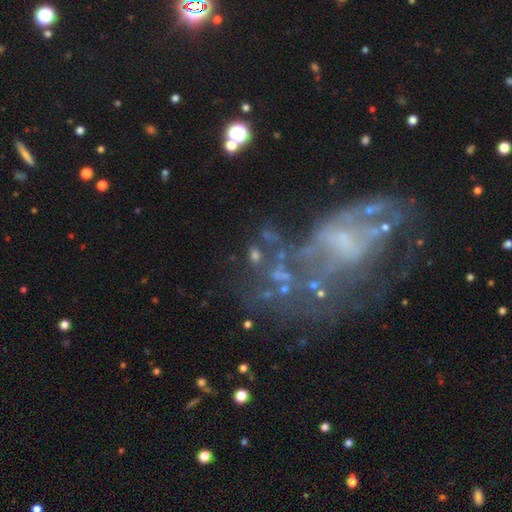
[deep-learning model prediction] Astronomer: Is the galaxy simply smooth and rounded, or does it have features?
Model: featured or disk — 48% (runner-up: star or artifact, 27%).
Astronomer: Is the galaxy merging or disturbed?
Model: none — 39% (runner-up: major disturbance, 29%).